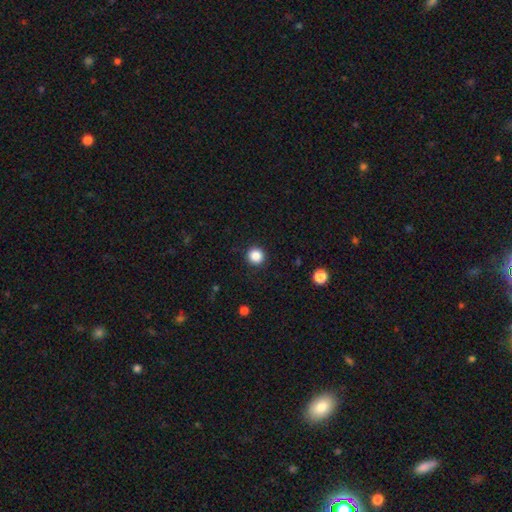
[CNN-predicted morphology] type=smooth (86%); roundness=round (94%); merging=none (92%).